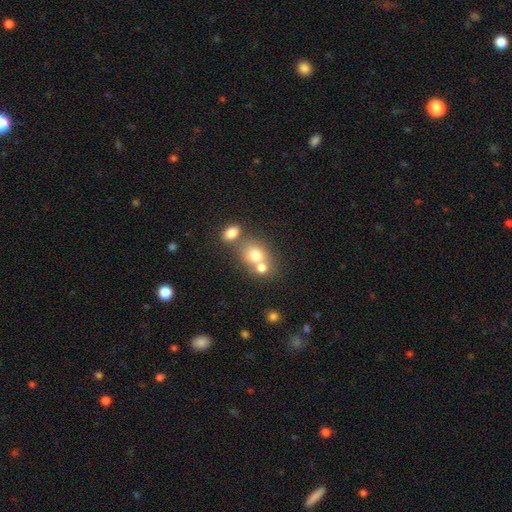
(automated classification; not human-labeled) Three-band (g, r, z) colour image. It shows a smooth galaxy with no disk features (72%) that is round (60%). Merging: merger (52%).